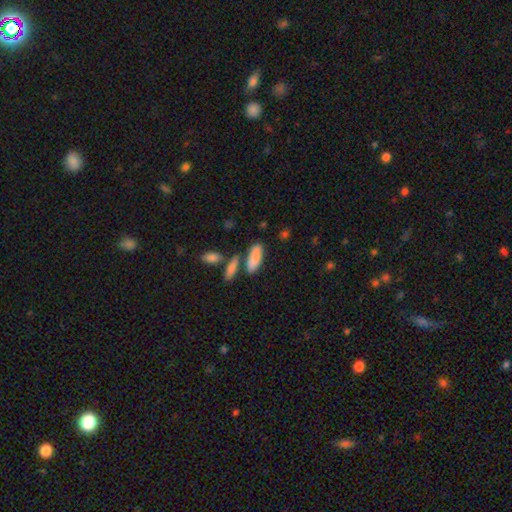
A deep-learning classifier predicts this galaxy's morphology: type=smooth (85%); roundness=in between (66%); merging=none (64%).